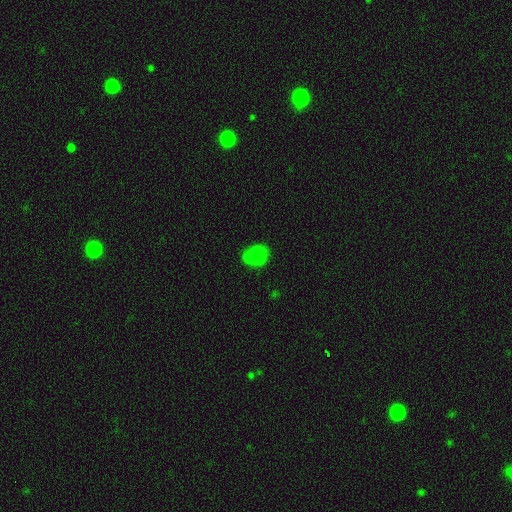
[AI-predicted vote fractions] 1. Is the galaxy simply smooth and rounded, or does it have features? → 79% smooth, 14% star or artifact, 7% featured or disk.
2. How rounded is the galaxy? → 68% in between, 30% round, 1% cigar-shaped.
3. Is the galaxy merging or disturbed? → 74% none, 19% minor disturbance, 5% major disturbance, 1% merger.